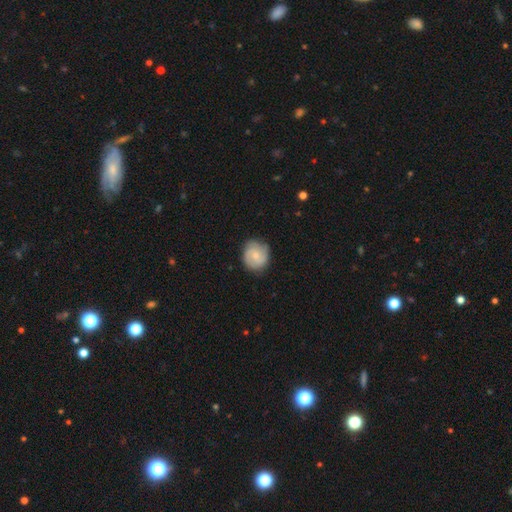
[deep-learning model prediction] smooth-or-featured: smooth: 53% | featured or disk: 41% | star or artifact: 7%
  how-rounded: round: 83% | in between: 16% | cigar-shaped: 1%
  merging: none: 78% | minor disturbance: 17% | major disturbance: 4% | merger: 1%